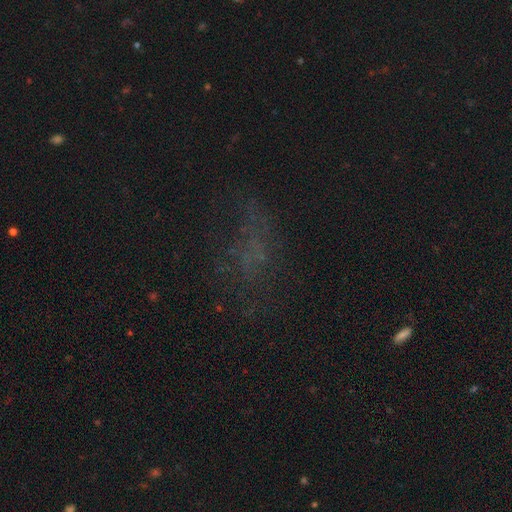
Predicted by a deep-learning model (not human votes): smooth-or-featured: star or artifact: 40% | smooth: 32% | featured or disk: 28%